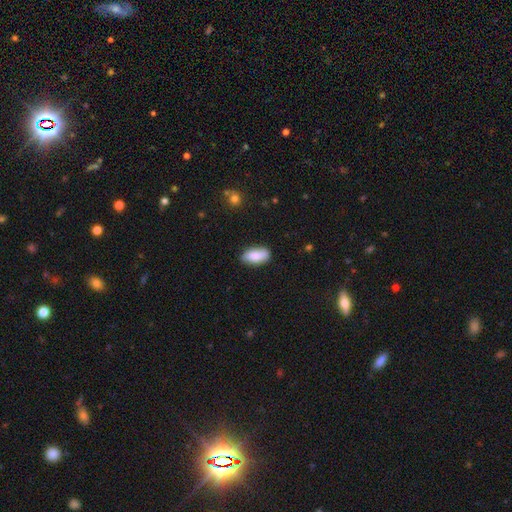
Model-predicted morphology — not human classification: Overall: smooth (80%). How rounded: in between (87%). Merging: none (74%).